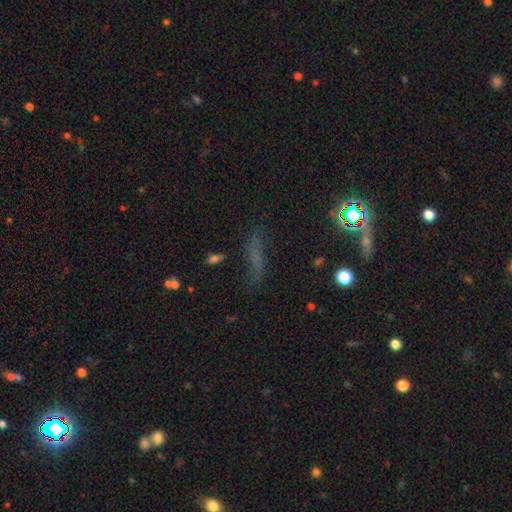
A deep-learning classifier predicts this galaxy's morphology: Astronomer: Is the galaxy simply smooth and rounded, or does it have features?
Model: smooth — 39% (runner-up: featured or disk, 32%).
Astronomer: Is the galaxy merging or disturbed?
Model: none — 63%.